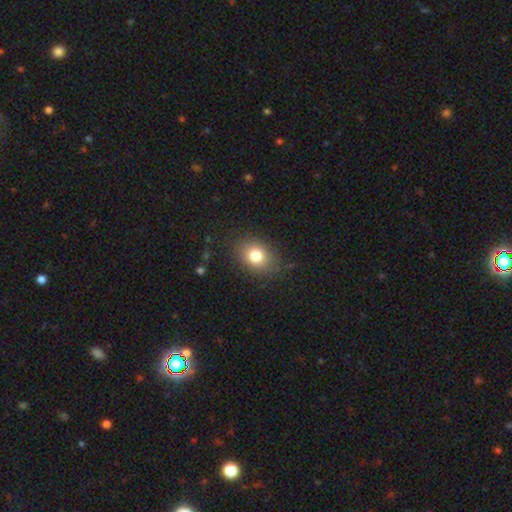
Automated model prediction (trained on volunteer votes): The model was most divided on "how rounded": in between: 54%, round: 45%, cigar-shaped: 1%. More confident: merging — none (83%); smooth or featured — smooth (78%).